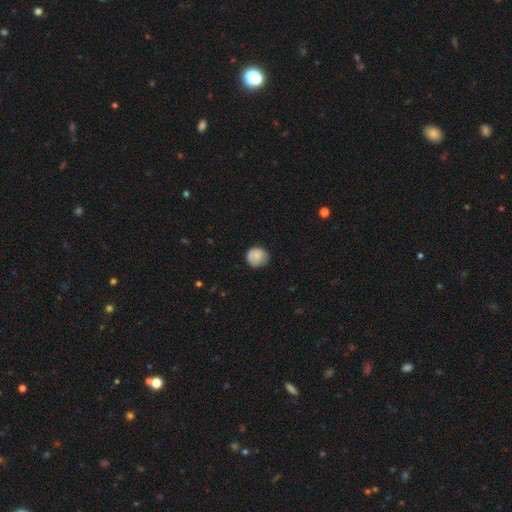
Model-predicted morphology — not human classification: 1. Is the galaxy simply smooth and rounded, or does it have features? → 80% smooth, 13% featured or disk, 7% star or artifact.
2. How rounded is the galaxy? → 85% round, 14% in between, 1% cigar-shaped.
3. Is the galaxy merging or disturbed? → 68% none, 25% minor disturbance, 6% major disturbance, 1% merger.